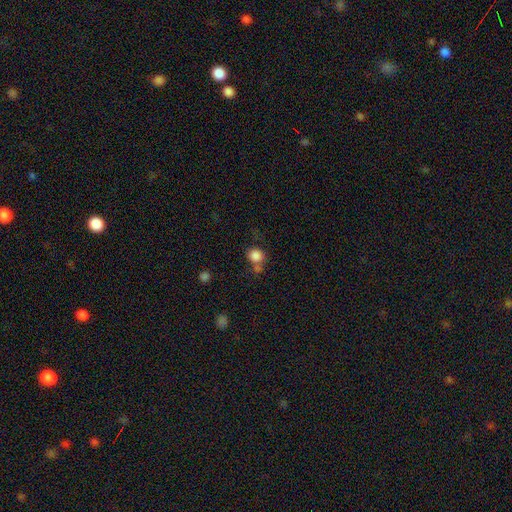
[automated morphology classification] Overall: smooth (84%). How rounded: round (81%). Merging: none (58%; merger 22%).